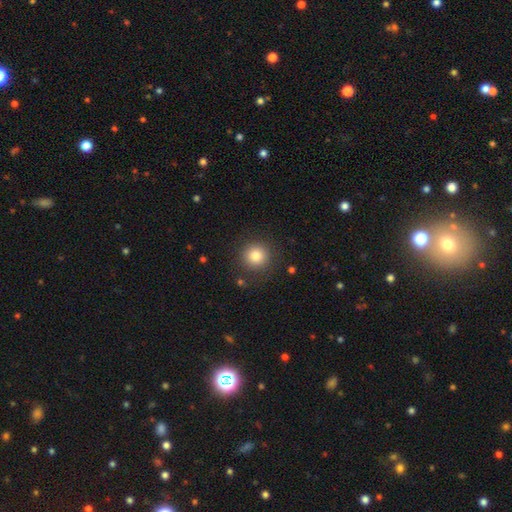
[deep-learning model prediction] Smooth or featured?
  - smooth: 82% *
  - star or artifact: 11%
  - featured or disk: 7%
How rounded?
  - round: 94% *
  - in between: 5%
  - cigar-shaped: 1%
Merging?
  - none: 87% *
  - minor disturbance: 8%
  - major disturbance: 3%
  - merger: 2%